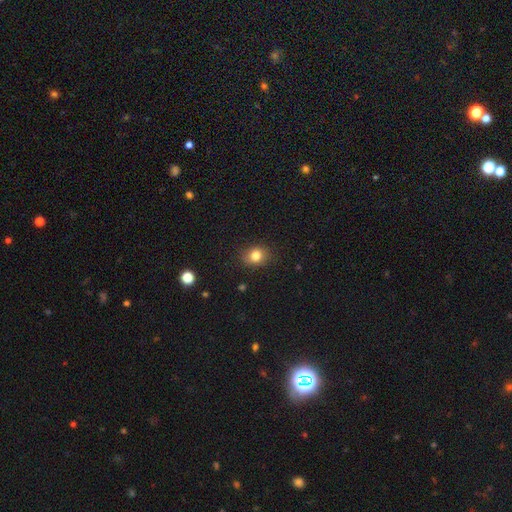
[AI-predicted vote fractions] Q: Smooth or featured?
A: smooth (81%); runner-up: star or artifact (12%)
Q: How rounded?
A: round (59%); runner-up: in between (40%)
Q: Merging?
A: none (86%); runner-up: minor disturbance (11%)